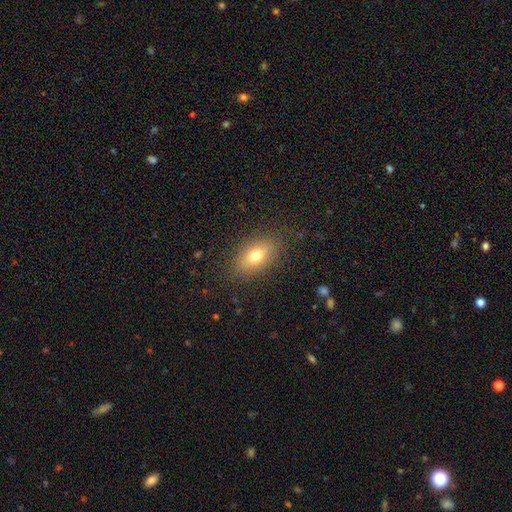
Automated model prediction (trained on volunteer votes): Smooth or featured?
  - smooth: 73% *
  - featured or disk: 16%
  - star or artifact: 10%
How rounded?
  - in between: 85% *
  - round: 12%
  - cigar-shaped: 4%
Merging?
  - none: 85% *
  - minor disturbance: 10%
  - major disturbance: 4%
  - merger: 1%